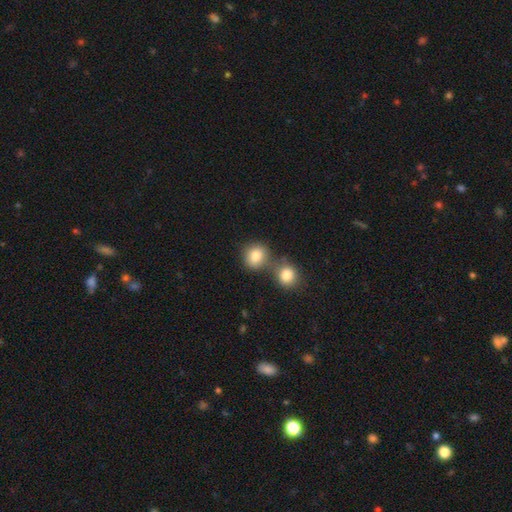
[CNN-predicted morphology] Smooth or featured?
  - smooth: 83% *
  - star or artifact: 10%
  - featured or disk: 7%
How rounded?
  - round: 79% *
  - in between: 20%
  - cigar-shaped: 1%
Merging?
  - none: 47% *
  - merger: 40%
  - minor disturbance: 9%
  - major disturbance: 4%